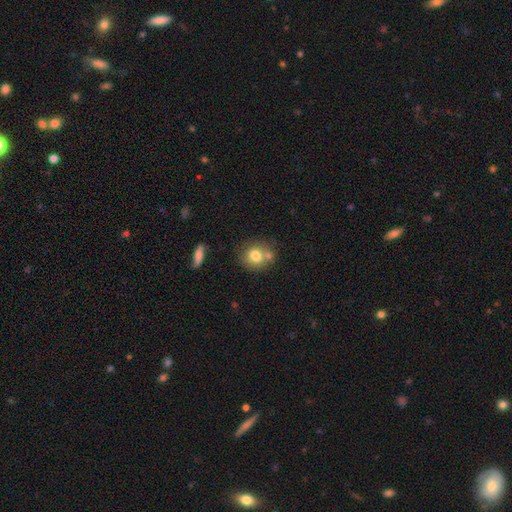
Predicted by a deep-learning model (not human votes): A smooth galaxy with no disk features (75%) that is round (77%).

Vote fractions:
- Smooth or featured? smooth: 75% / featured or disk: 15% / star or artifact: 10%
- How rounded? round: 77% / in between: 22% / cigar-shaped: 1%
- Merging? none: 59% / merger: 23% / minor disturbance: 14% / major disturbance: 4%